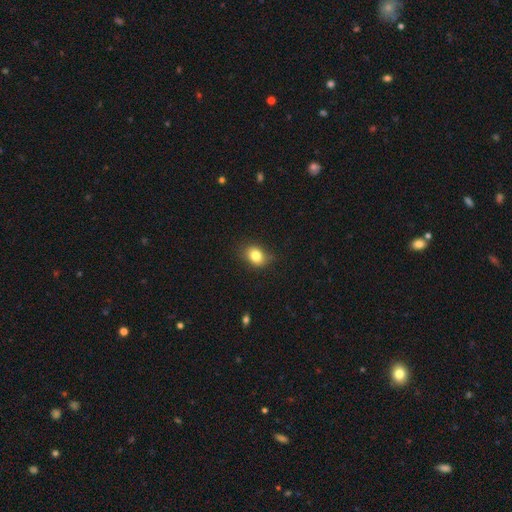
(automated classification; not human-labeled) This appears to be a smooth galaxy with no disk features (82%) that is in between round and cigar-shaped (52%). Merging: none (80%).